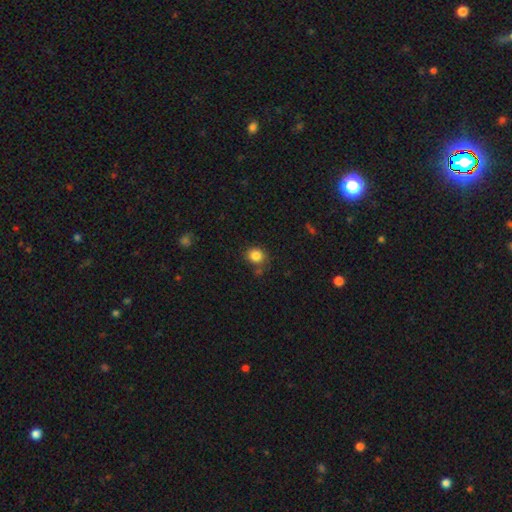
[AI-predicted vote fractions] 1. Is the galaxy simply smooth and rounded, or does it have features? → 84% smooth, 11% star or artifact, 5% featured or disk.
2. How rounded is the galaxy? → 81% round, 18% in between, 1% cigar-shaped.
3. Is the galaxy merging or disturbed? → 71% none, 17% minor disturbance, 7% merger, 5% major disturbance.